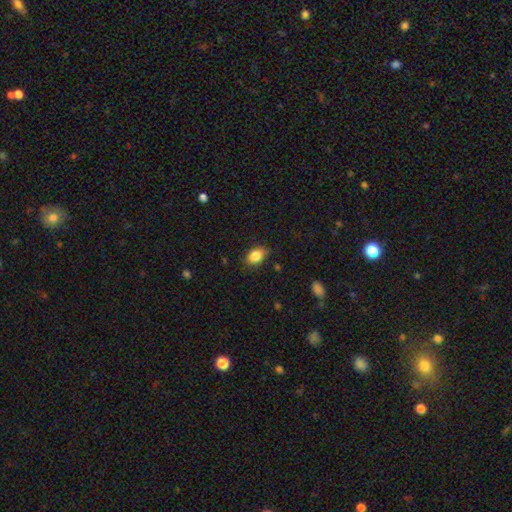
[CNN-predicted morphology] smooth-or-featured: smooth: 84% | star or artifact: 8% | featured or disk: 7%
  how-rounded: in between: 75% | round: 23% | cigar-shaped: 2%
  merging: none: 76% | minor disturbance: 19% | major disturbance: 4% | merger: 1%